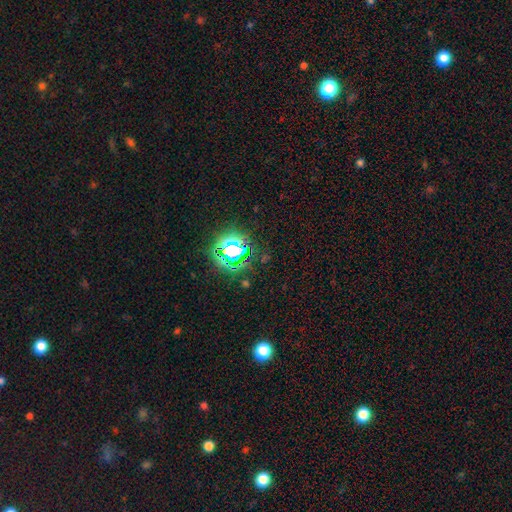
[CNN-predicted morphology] Q: Smooth or featured?
A: star or artifact (79%); runner-up: smooth (14%)